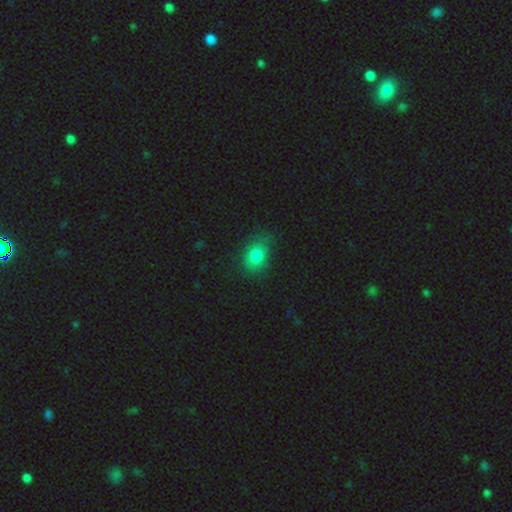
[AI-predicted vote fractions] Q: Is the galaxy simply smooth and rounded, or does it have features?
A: smooth — 79%.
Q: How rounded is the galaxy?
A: in between — 58%.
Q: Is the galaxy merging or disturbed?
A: none — 67%.